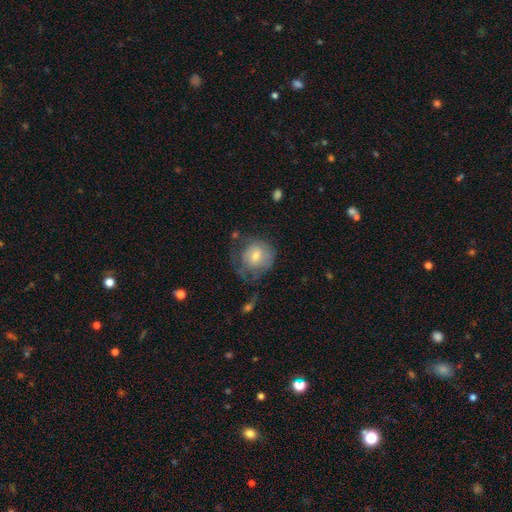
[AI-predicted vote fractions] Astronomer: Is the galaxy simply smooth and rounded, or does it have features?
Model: smooth — 54% (runner-up: featured or disk, 38%).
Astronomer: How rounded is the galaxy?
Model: round — 79%.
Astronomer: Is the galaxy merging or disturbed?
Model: none — 40% (runner-up: major disturbance, 31%).